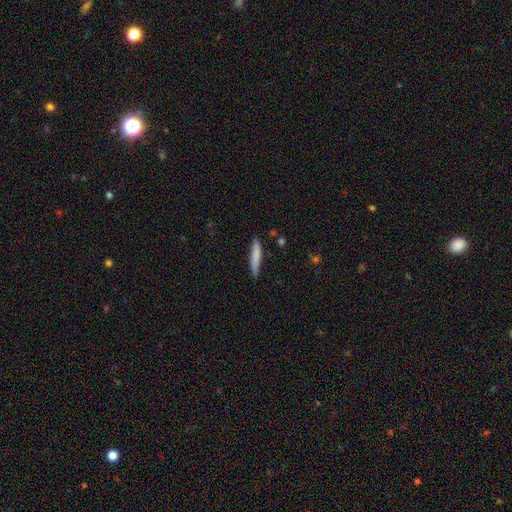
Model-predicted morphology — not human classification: Smooth or featured? Predicted: smooth (p=0.79). How rounded? Predicted: cigar-shaped (p=0.90). Merging? Predicted: none (p=0.81).